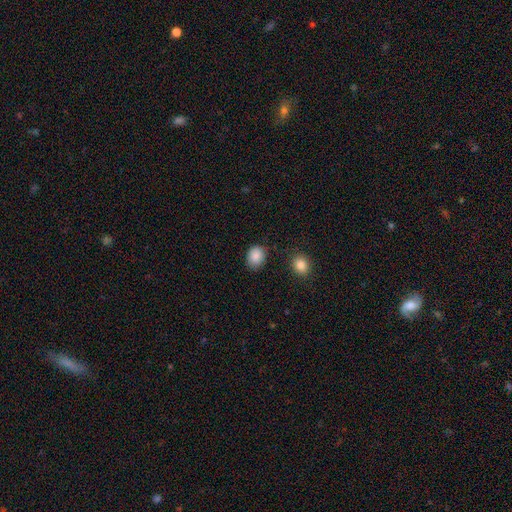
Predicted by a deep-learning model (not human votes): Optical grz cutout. It shows a smooth galaxy with no disk features (88%) that is round (51%). Merging: none (79%).